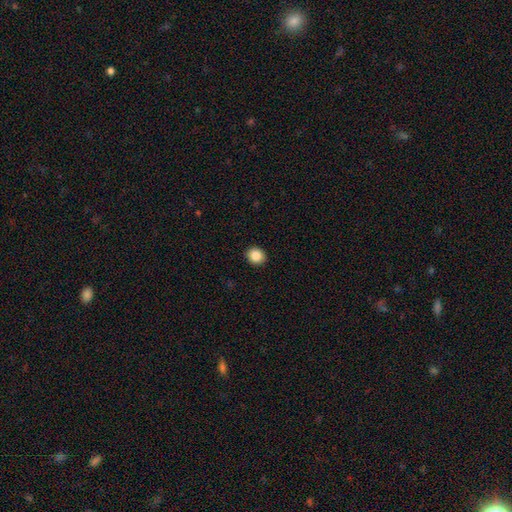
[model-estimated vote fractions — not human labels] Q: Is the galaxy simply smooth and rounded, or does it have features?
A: smooth — 87%.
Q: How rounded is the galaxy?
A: round — 73%.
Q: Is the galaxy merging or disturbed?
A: none — 92%.